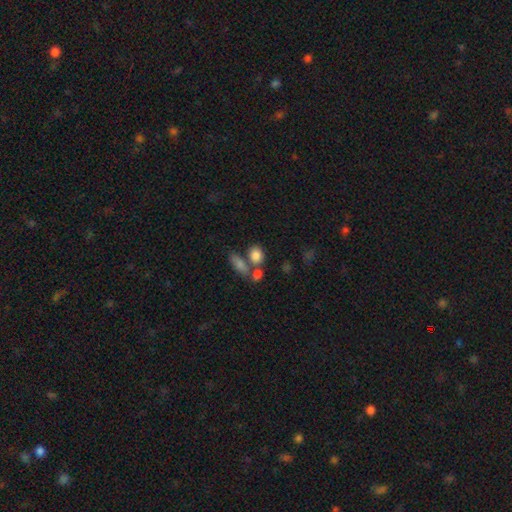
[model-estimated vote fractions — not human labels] Smooth or featured?
  - smooth: 81% *
  - star or artifact: 10%
  - featured or disk: 9%
How rounded?
  - in between: 59% *
  - round: 38%
  - cigar-shaped: 3%
Merging?
  - none: 50% *
  - merger: 33%
  - minor disturbance: 12%
  - major disturbance: 5%